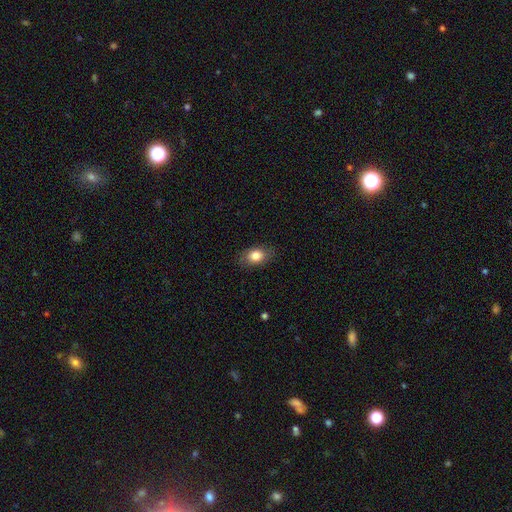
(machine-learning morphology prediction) Smooth or featured: smooth — 82% (featured or disk — 10%)
How rounded: in between — 81% (round — 17%)
Merging: none — 84% (minor disturbance — 12%)